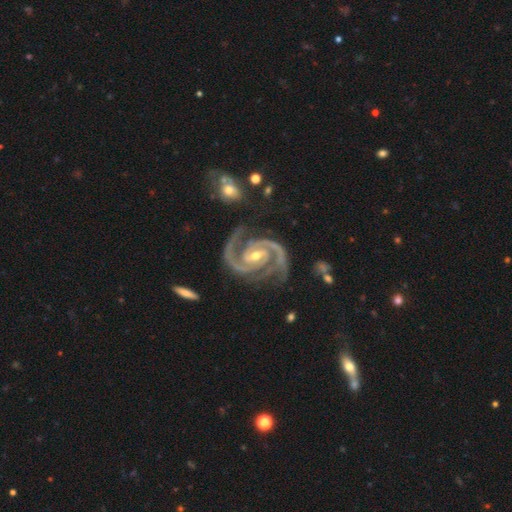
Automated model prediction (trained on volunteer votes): A featured or disk galaxy (94%) with a weak bar (39%), 2 (86%) medium (50%) spiral arms (99%) and a moderate central bulge (53%). Merging: none (74%).